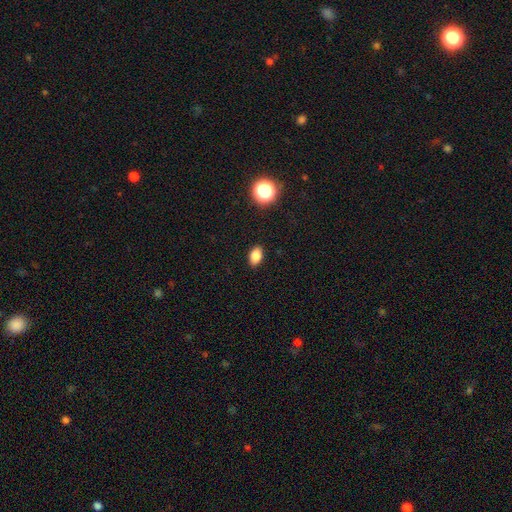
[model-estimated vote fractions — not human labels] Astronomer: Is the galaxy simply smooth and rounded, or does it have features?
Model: smooth — 84%.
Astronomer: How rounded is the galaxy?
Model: in between — 86%.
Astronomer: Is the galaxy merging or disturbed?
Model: none — 89%.